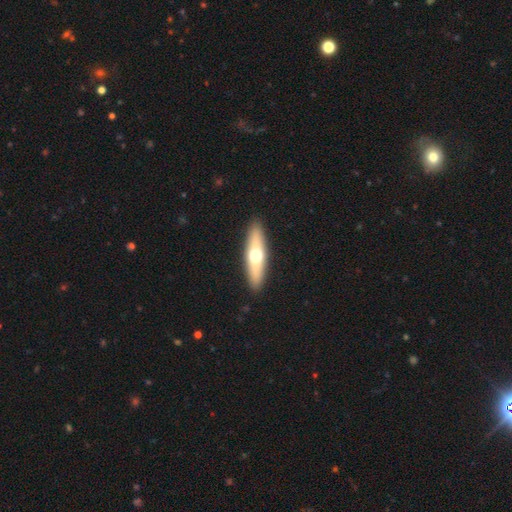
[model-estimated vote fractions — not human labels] Smooth or featured? smooth (51%)
How rounded? cigar-shaped (63%)
Merging? none (90%)